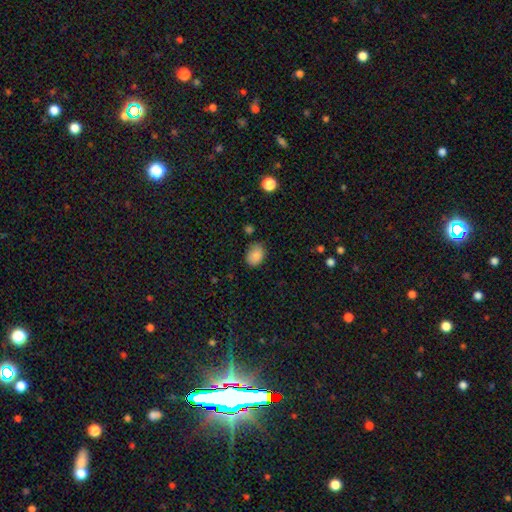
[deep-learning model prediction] Smooth or featured? smooth (86%)
How rounded? in between (74%)
Merging? none (75%)